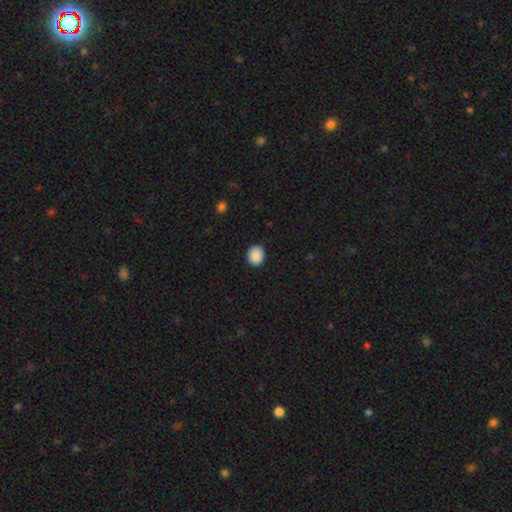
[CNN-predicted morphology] This is clearly a smooth galaxy (89%). How rounded: likely round (69%). Merging: clearly none (90%).